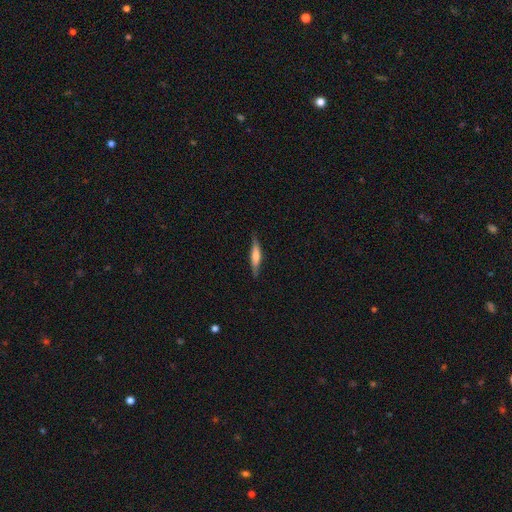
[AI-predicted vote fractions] Smooth or featured: smooth — 53% (featured or disk — 41%)
How rounded: cigar-shaped — 84% (in between — 14%)
Merging: none — 83% (minor disturbance — 13%)